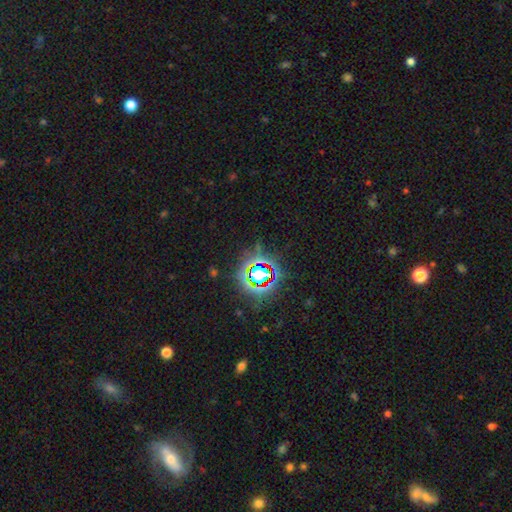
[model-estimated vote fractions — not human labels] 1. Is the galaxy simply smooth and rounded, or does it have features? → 78% star or artifact, 13% smooth, 9% featured or disk.